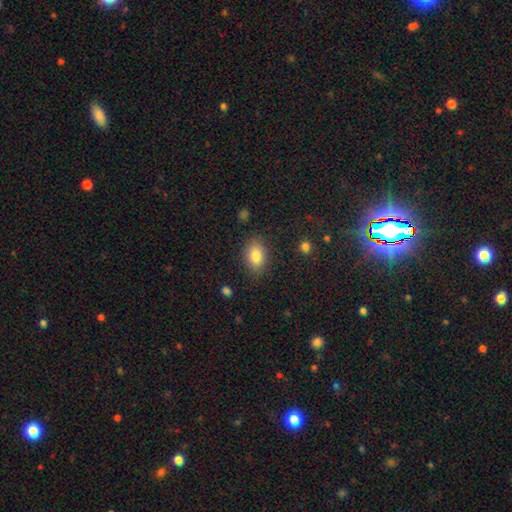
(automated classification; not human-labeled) The model was most divided on "how rounded": in between: 80%, round: 18%, cigar-shaped: 1%. More confident: merging — none (84%); smooth or featured — smooth (83%).